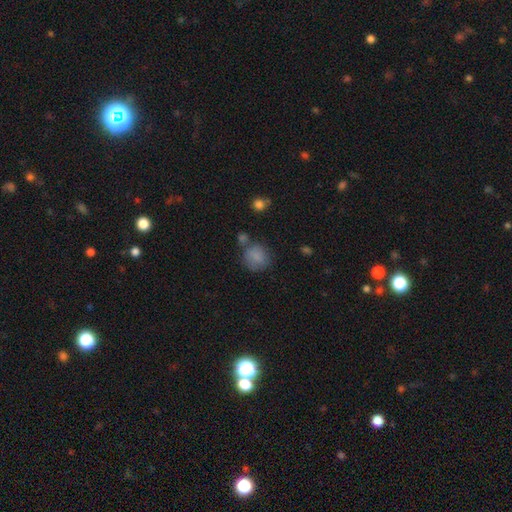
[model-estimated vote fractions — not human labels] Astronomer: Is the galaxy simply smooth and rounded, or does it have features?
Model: smooth — 81%.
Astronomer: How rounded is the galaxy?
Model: round — 76%.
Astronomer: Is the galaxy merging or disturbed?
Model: none — 57%.